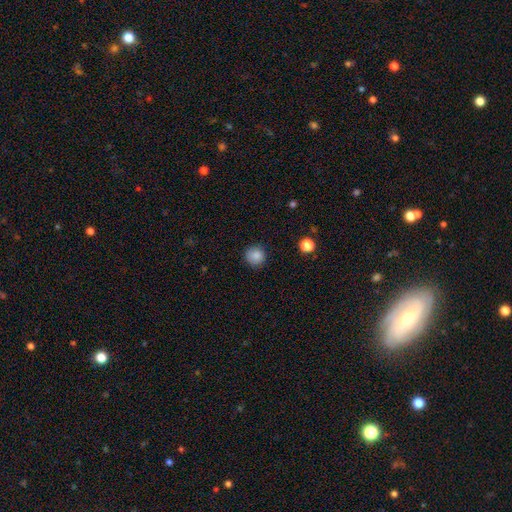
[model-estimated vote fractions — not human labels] Morphology: type=smooth (86%); roundness=round (93%); merging=none (87%).